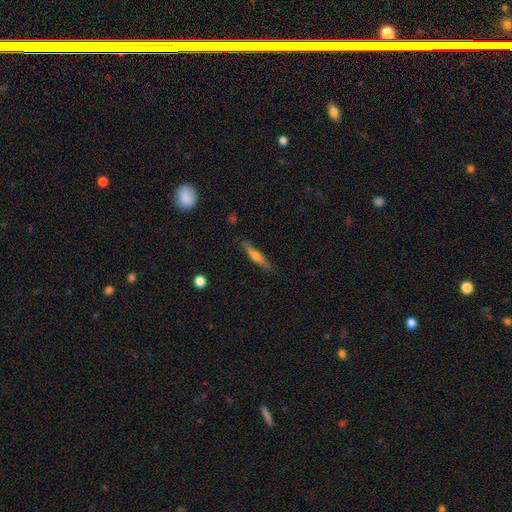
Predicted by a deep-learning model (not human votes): smooth_or_featured: smooth (p=0.51) [alt: featured or disk p=0.43]
how_rounded: cigar-shaped (p=0.87) [alt: in between p=0.11]
merging: none (p=0.83) [alt: minor disturbance p=0.13]